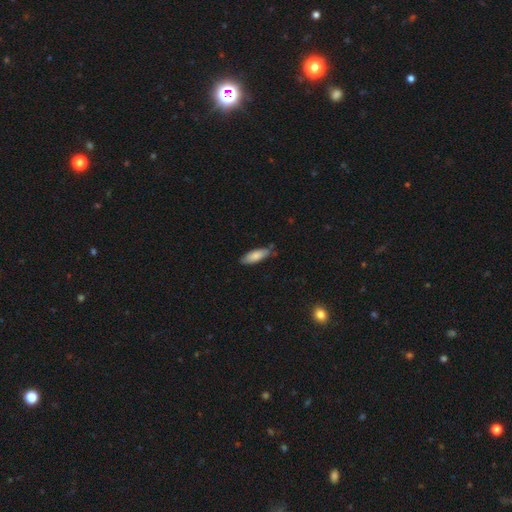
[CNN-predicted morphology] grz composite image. It shows a smooth galaxy with no disk features (82%) that is in between round and cigar-shaped (66%). Merging: none (73%).